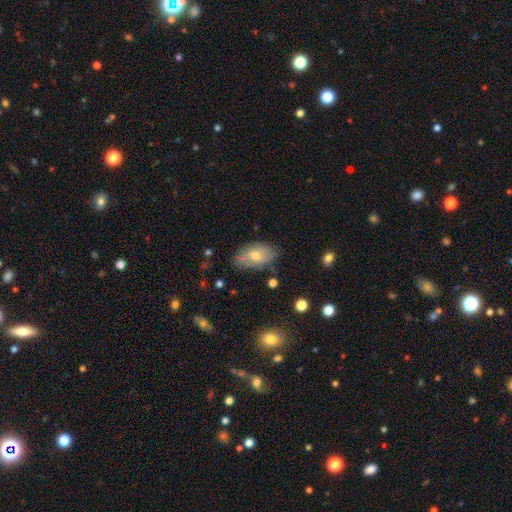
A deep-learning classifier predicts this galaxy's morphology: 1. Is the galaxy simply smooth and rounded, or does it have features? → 57% smooth, 33% featured or disk, 10% star or artifact.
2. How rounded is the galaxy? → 91% in between, 7% round, 2% cigar-shaped.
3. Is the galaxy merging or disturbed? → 70% none, 22% minor disturbance, 5% major disturbance, 2% merger.